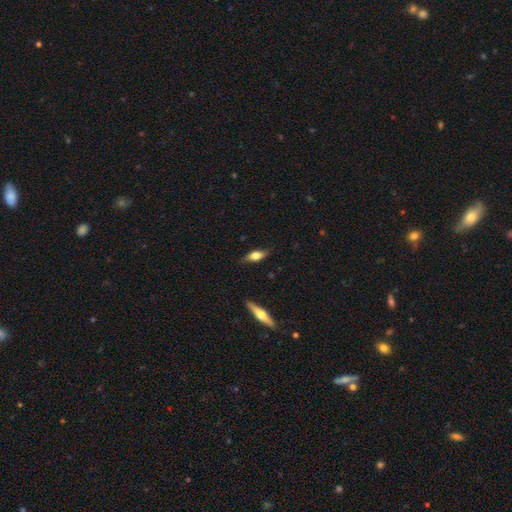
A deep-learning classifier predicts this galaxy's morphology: The model was most divided on "smooth or featured": smooth: 57%, featured or disk: 36%, star or artifact: 6%. More confident: merging — none (81%); how rounded — in between (62%).